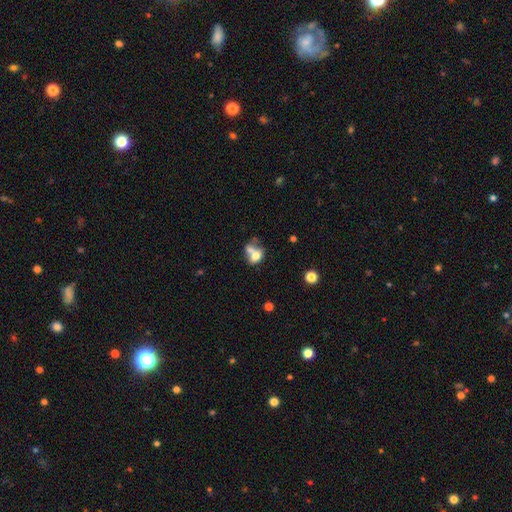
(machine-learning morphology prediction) Smooth or featured? Predicted: smooth (p=0.64). How rounded? Predicted: in between (p=0.66). Merging? Predicted: merger (p=0.61).